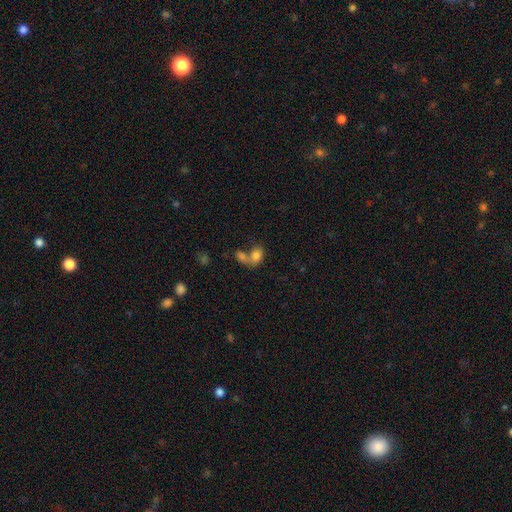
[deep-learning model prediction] This appears to be a smooth galaxy with no disk features (78%) that is in between round and cigar-shaped (74%). Merging: merger (61%).